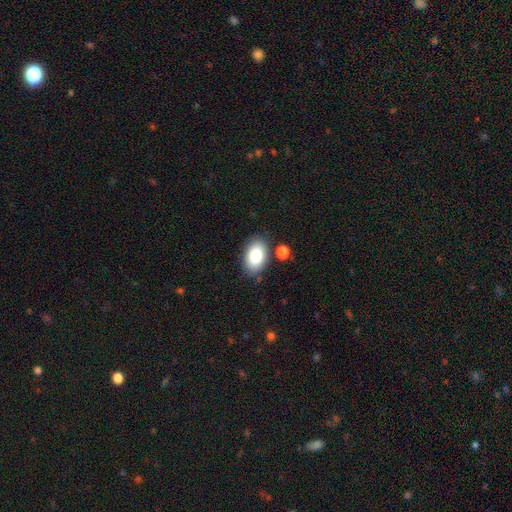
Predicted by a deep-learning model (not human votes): A smooth galaxy with no disk features (83%) that is in between round and cigar-shaped (91%).

Vote fractions:
- Smooth or featured? smooth: 83% / featured or disk: 10% / star or artifact: 8%
- How rounded? in between: 91% / round: 8% / cigar-shaped: 1%
- Merging? none: 81% / minor disturbance: 11% / merger: 5% / major disturbance: 3%